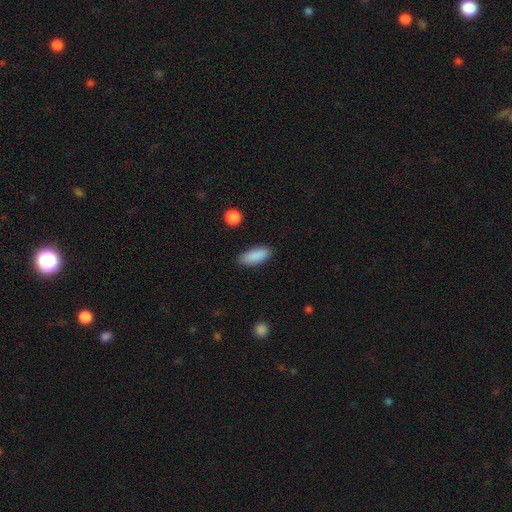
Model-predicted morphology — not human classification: Smooth or featured? Predicted: smooth (p=0.89). How rounded? Predicted: in between (p=0.81). Merging? Predicted: none (p=0.86).